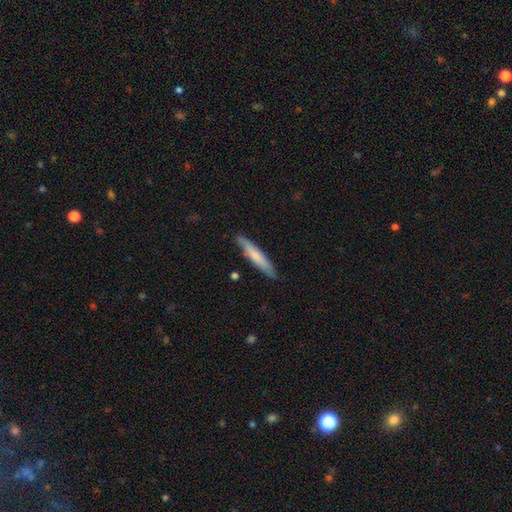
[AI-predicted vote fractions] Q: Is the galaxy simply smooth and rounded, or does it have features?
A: smooth — 65%.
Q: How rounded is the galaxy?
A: cigar-shaped — 91%.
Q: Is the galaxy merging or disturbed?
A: none — 84%.